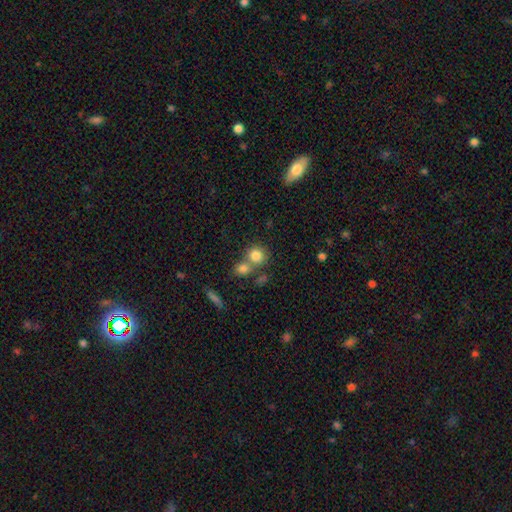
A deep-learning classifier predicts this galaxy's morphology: Overall: smooth (81%). How rounded: round (85%). Merging: none (51%; merger 37%).